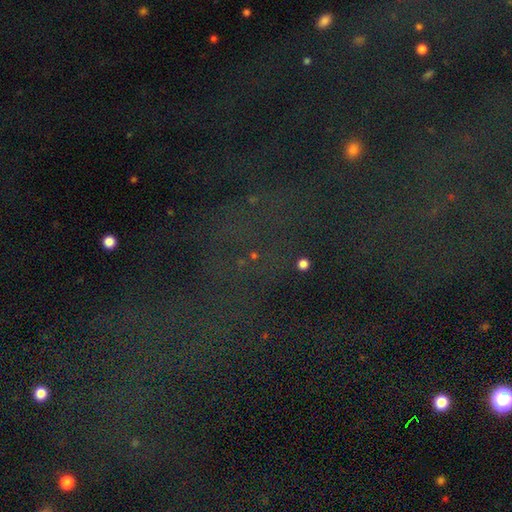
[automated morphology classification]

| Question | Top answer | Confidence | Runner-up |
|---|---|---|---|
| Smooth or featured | star or artifact | 74% | smooth (14%) |